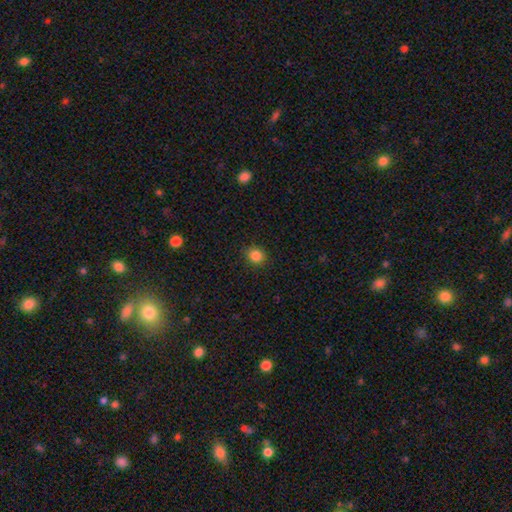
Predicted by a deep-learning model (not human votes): A smooth galaxy with no disk features (85%) that is round (82%). Merging: none (88%).